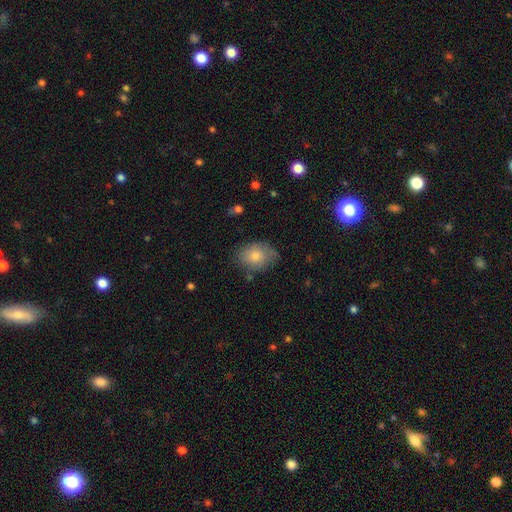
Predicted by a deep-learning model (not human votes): Smooth or featured? smooth (75%)
How rounded? in between (66%)
Merging? none (71%)